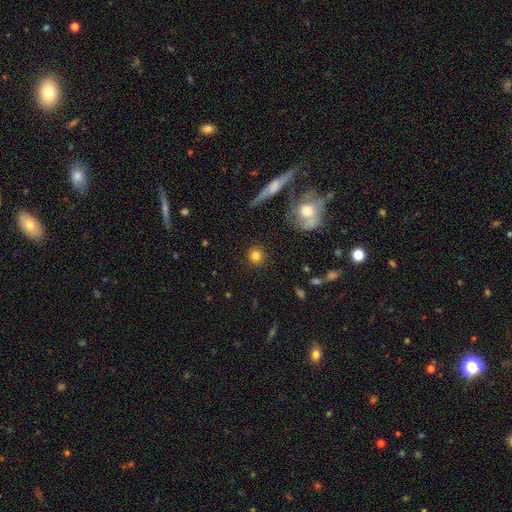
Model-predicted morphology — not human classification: smooth 81%, star or artifact 11%, featured or disk 8%. Down the decision tree: how rounded — round (90%); merging — none (90%).